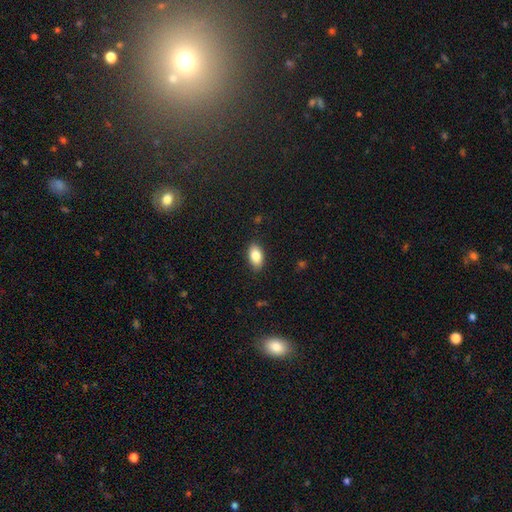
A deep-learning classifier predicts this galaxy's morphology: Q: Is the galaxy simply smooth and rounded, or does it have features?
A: smooth — 84%.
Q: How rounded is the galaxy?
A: in between — 92%.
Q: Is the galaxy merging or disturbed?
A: none — 88%.